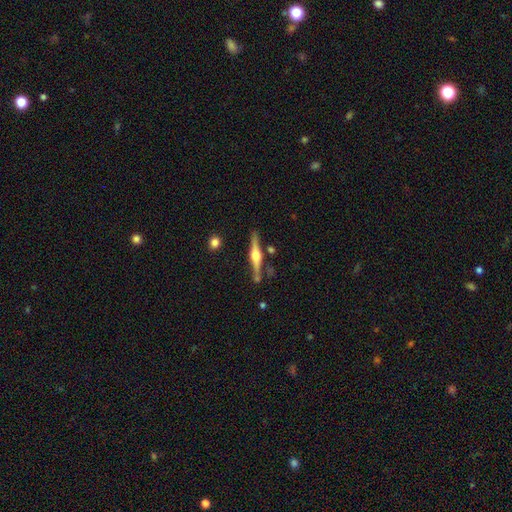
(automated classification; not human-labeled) A featured or disk galaxy (80%) viewed edge-on (98%) with a rounded central bulge (93%).

Vote fractions:
- Smooth or featured? featured or disk: 80% / smooth: 14% / star or artifact: 6%
- Edge-on disk? yes: 98% / no: 2%
- Edge-on bulge? rounded: 93% / boxy: 5% / none: 2%
- Merging? none: 80% / minor disturbance: 11% / merger: 6% / major disturbance: 3%